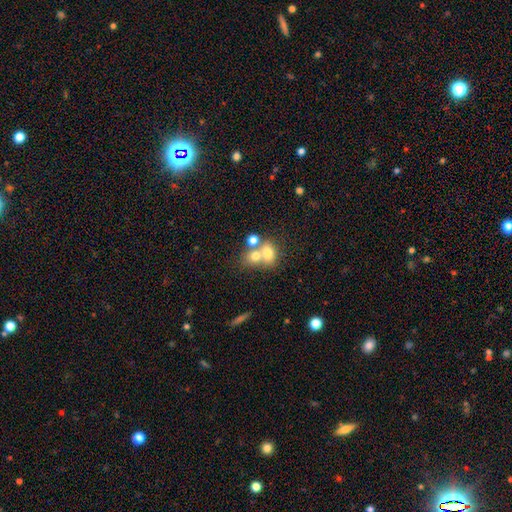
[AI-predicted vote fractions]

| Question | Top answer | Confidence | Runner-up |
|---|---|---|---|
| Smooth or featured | smooth | 70% | featured or disk (18%) |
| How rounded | round | 50% | in between (48%) |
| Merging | merger | 56% | none (32%) |